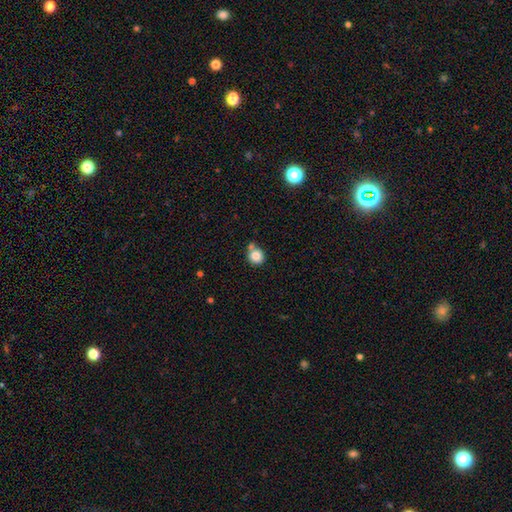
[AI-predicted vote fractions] A smooth galaxy with no disk features (83%) that is round (88%). Merging: none (56%).